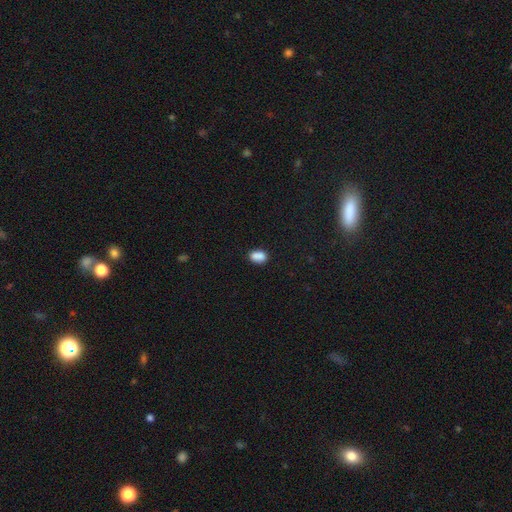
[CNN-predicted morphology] A smooth galaxy with no disk features (83%) that is in between round and cigar-shaped (77%).

Vote fractions:
- Smooth or featured? smooth: 83% / star or artifact: 10% / featured or disk: 8%
- How rounded? in between: 77% / round: 21% / cigar-shaped: 2%
- Merging? none: 57% / merger: 22% / minor disturbance: 16% / major disturbance: 4%